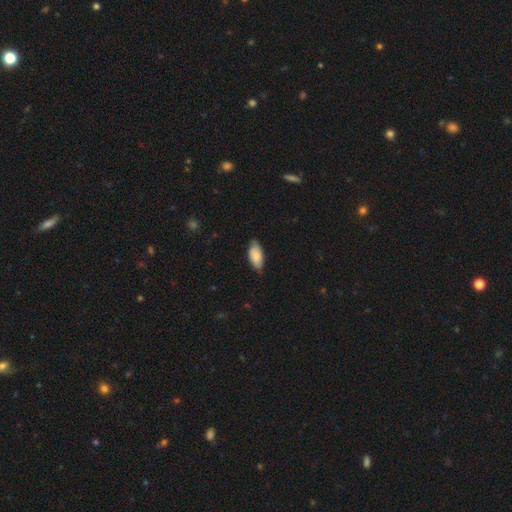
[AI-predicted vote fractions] The model was most divided on "merging": none: 71%, minor disturbance: 25%, major disturbance: 3%, merger: 1%. More confident: how rounded — in between (91%); smooth or featured — smooth (71%).